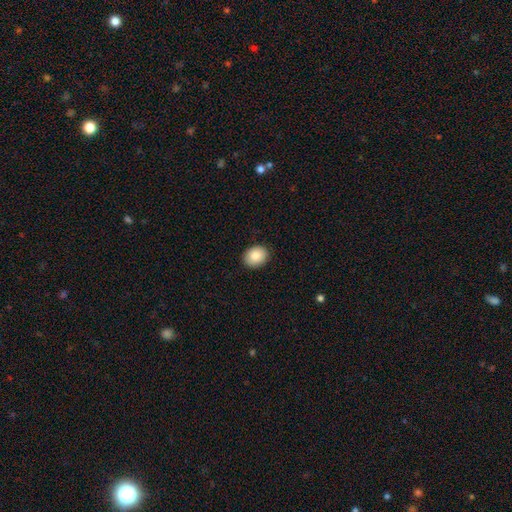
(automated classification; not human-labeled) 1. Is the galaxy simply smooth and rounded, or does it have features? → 86% smooth, 7% star or artifact, 6% featured or disk.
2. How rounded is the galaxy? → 52% in between, 47% round, 1% cigar-shaped.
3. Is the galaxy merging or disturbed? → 89% none, 8% minor disturbance, 2% major disturbance, 1% merger.